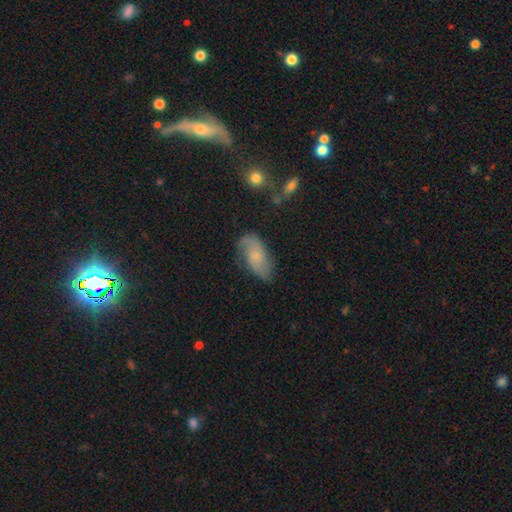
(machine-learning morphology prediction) Smooth or featured? Predicted: featured or disk (p=0.51). Edge-on disk? Predicted: no (p=0.93). Merging? Predicted: none (p=0.66).